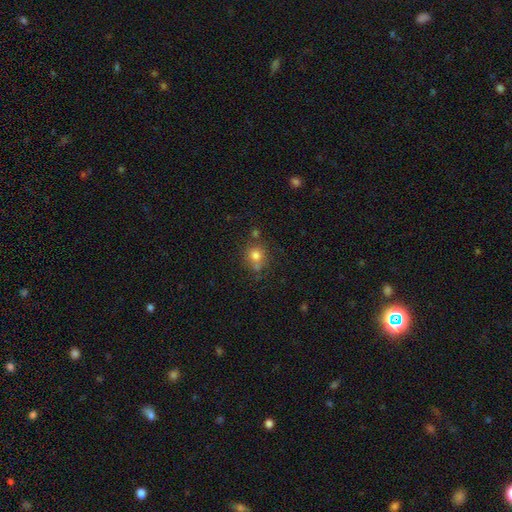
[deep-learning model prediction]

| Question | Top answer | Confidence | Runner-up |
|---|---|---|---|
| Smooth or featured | smooth | 76% | star or artifact (13%) |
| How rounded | round | 85% | in between (14%) |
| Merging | none | 65% | merger (17%) |